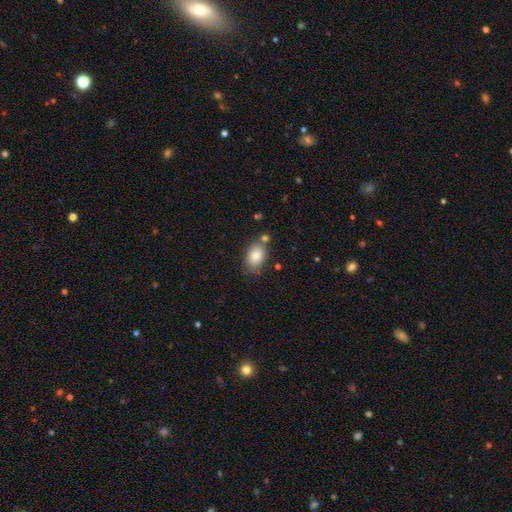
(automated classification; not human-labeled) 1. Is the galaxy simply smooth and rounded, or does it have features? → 82% smooth, 10% featured or disk, 8% star or artifact.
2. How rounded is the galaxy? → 84% in between, 15% round, 1% cigar-shaped.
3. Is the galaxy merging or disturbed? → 72% none, 16% minor disturbance, 9% merger, 4% major disturbance.